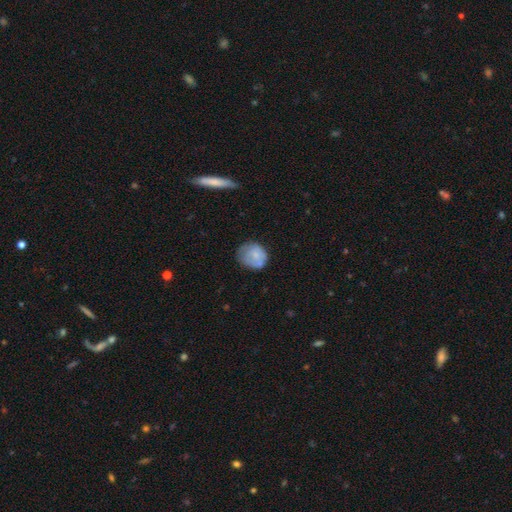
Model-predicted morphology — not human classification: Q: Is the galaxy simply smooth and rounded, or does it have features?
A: smooth — 72%.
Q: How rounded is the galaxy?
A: round — 68%.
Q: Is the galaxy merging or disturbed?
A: none — 56%.